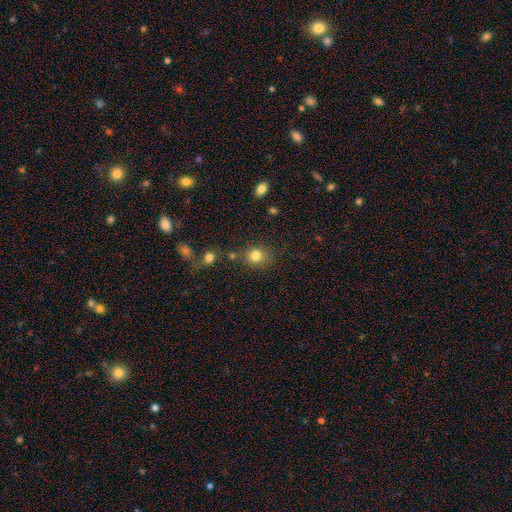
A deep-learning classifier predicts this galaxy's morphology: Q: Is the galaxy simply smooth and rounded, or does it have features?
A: smooth — 82%.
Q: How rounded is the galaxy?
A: round — 74%.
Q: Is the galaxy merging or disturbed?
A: none — 73%.